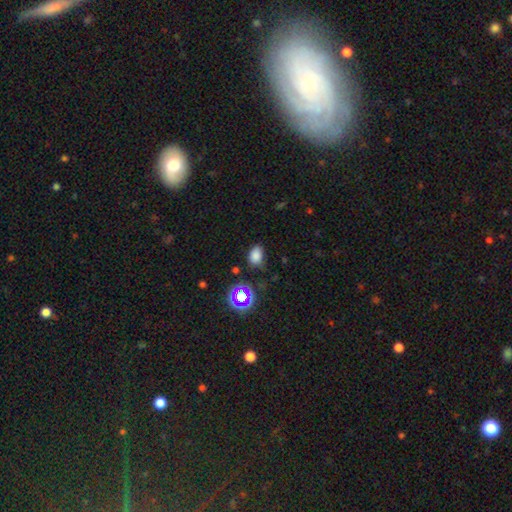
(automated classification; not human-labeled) Smooth or featured: smooth — 75% (star or artifact — 19%)
How rounded: in between — 79% (round — 20%)
Merging: none — 71% (minor disturbance — 20%)